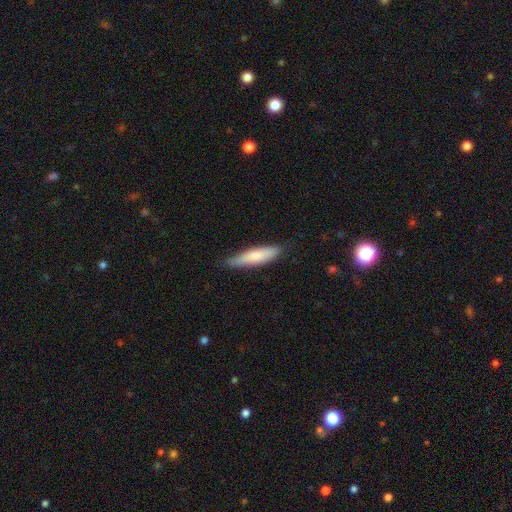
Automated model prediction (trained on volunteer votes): smooth_or_featured: smooth (p=0.76) [alt: featured or disk p=0.19]
how_rounded: cigar-shaped (p=0.77) [alt: in between p=0.22]
merging: none (p=0.79) [alt: minor disturbance p=0.17]